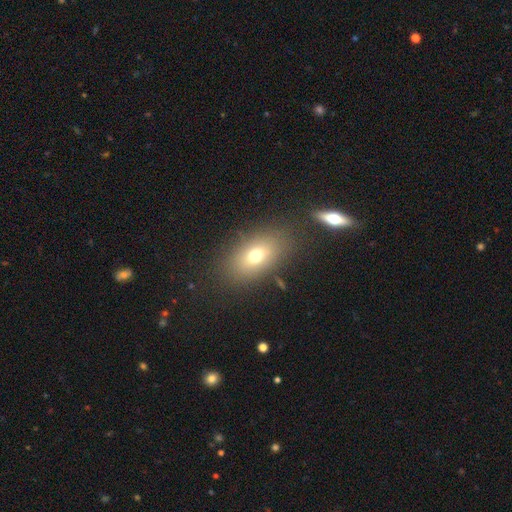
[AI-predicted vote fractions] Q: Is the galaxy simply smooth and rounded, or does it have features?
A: smooth — 71%.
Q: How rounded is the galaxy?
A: in between — 84%.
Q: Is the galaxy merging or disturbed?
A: none — 80%.